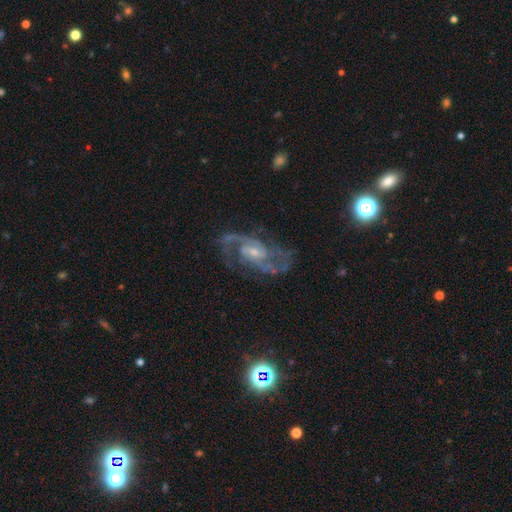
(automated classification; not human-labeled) A featured or disk galaxy (86%) with a weak bar (44%), 2 (72%) medium (56%) spiral arms (97%) and a small central bulge (56%).

Vote fractions:
- Smooth or featured? featured or disk: 86% / star or artifact: 9% / smooth: 5%
- Edge-on disk? no: 96% / yes: 4%
- Bar? weak: 44% / no: 43% / strong: 13%
- Spiral arms? yes: 97% / no: 3%
- Spiral winding? medium: 56% / tight: 26% / loose: 18%
- Spiral arm count? 2: 72% / 3: 11% / can't tell: 8% / 4: 3% / 1: 3% / more than 4: 3%
- Bulge size? small: 56% / moderate: 36% / none: 5% / large: 2% / dominant: 1%
- Merging? none: 77% / minor disturbance: 14% / major disturbance: 7% / merger: 2%